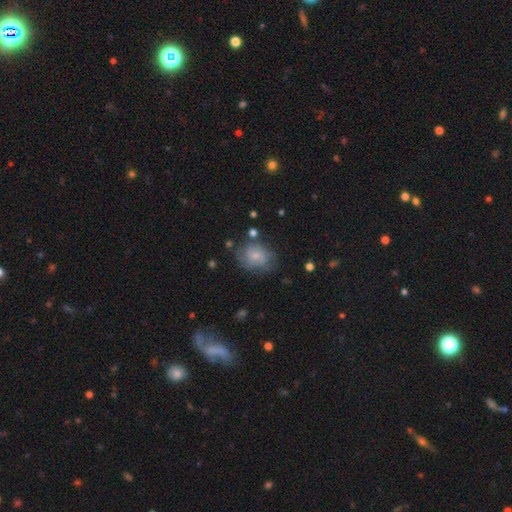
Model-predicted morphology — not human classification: Smooth or featured? Predicted: smooth (p=0.48). Merging? Predicted: none (p=0.58).